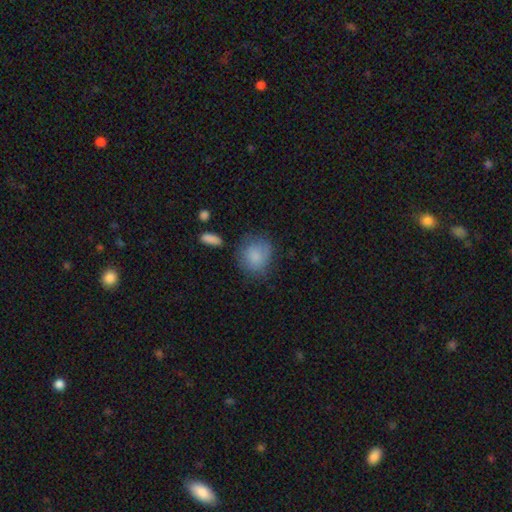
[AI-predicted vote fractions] Q: Smooth or featured?
A: smooth (82%); runner-up: featured or disk (10%)
Q: How rounded?
A: round (73%); runner-up: in between (26%)
Q: Merging?
A: none (64%); runner-up: minor disturbance (23%)